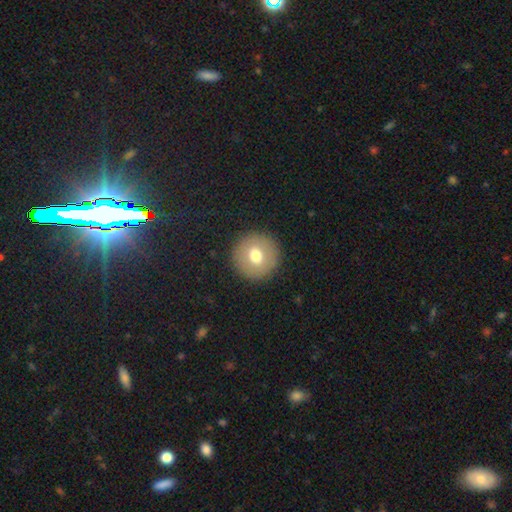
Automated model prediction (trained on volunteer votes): Smooth or featured? smooth (71%)
How rounded? round (96%)
Merging? none (91%)